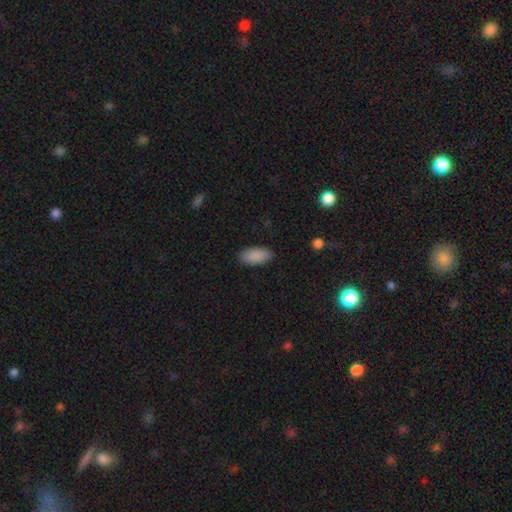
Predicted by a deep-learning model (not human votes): This is clearly a smooth galaxy (90%). How rounded: clearly in between (91%). Merging: clearly none (87%).